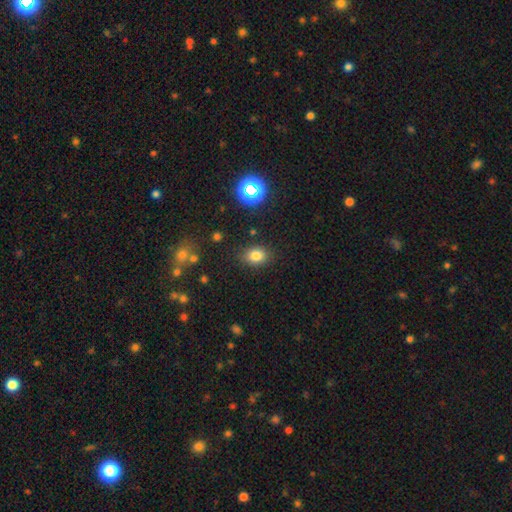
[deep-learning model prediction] This appears to be a smooth galaxy with no disk features (78%) that is in between round and cigar-shaped (62%). Merging: none (83%).